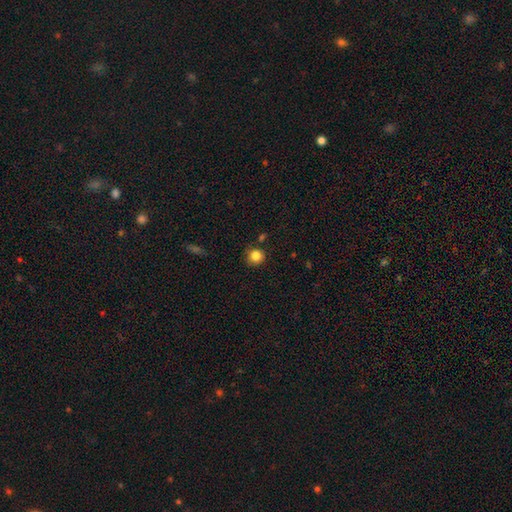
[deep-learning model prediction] Overall: smooth (84%). How rounded: round (92%). Merging: none (84%).